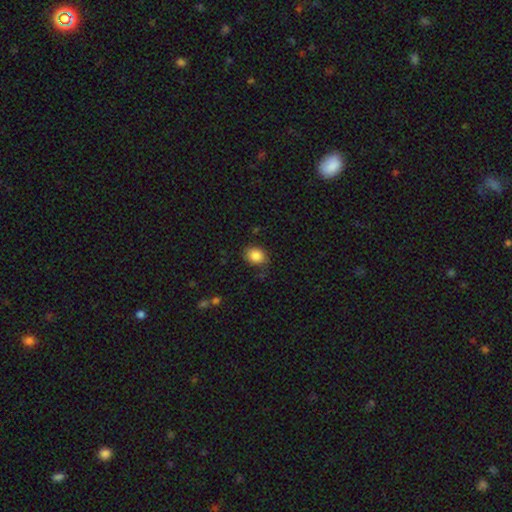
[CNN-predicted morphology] The model was most divided on "how rounded": in between: 57%, round: 42%, cigar-shaped: 1%. More confident: smooth or featured — smooth (86%); merging — none (74%).